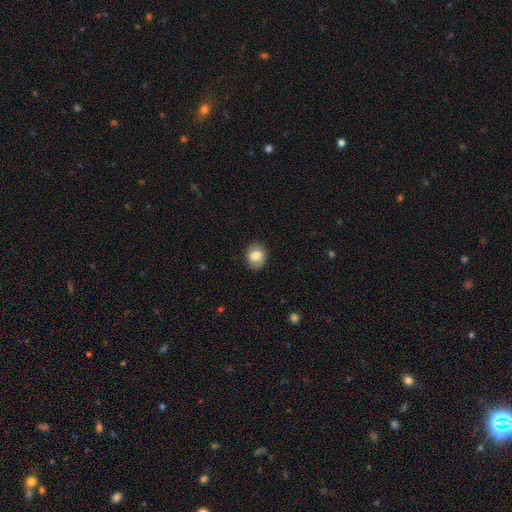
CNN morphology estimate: The model was most divided on "how rounded": round: 59%, in between: 40%, cigar-shaped: 1%. More confident: merging — none (87%); smooth or featured — smooth (77%).